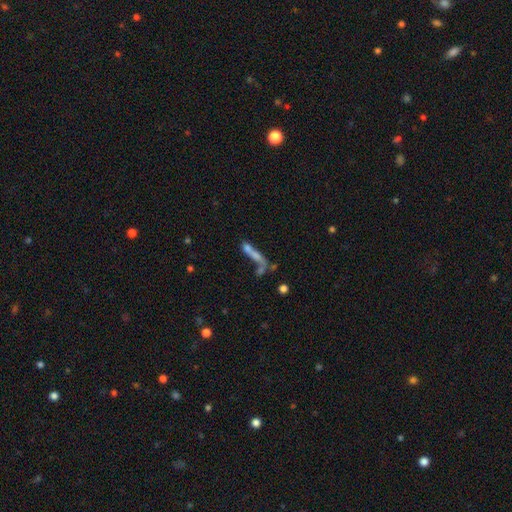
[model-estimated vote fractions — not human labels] A smooth galaxy with no disk features (50%) that is cigar-shaped (74%). Merging: merger (43%).